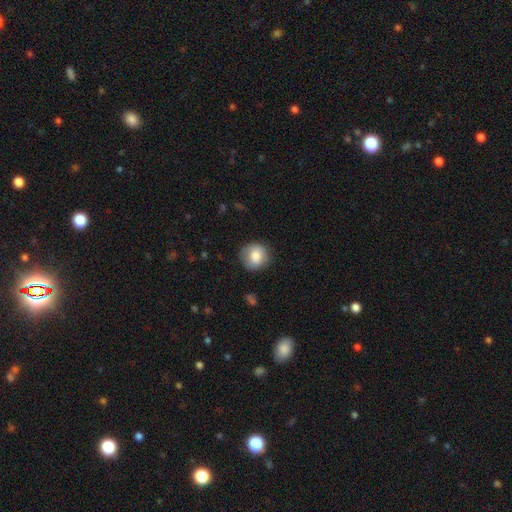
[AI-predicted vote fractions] Overall: smooth (80%). How rounded: round (90%). Merging: none (82%).